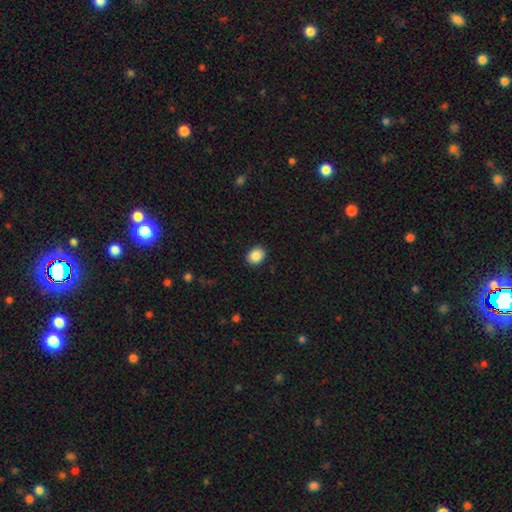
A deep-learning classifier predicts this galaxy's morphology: Overall: smooth (88%). How rounded: in between (53%; round 46%). Merging: none (90%).